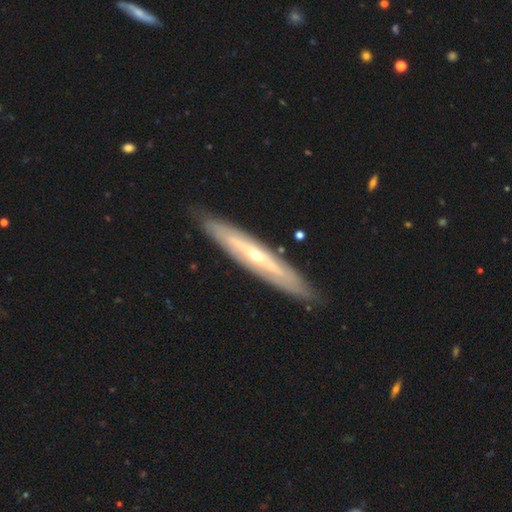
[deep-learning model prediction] Smooth or featured: featured or disk — 77% (smooth — 18%)
Edge-on disk: yes — 61% (no — 39%)
Merging: none — 86% (minor disturbance — 11%)